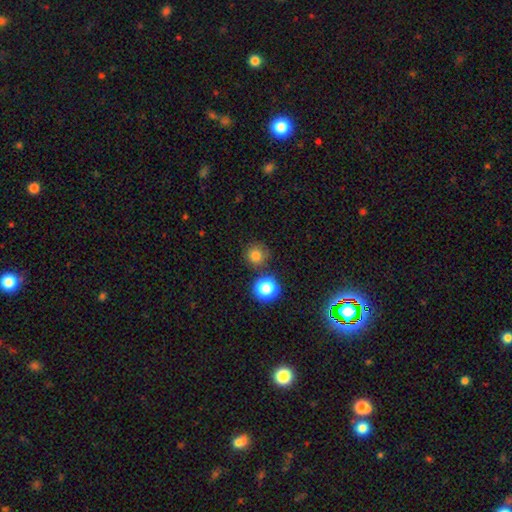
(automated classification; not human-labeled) Smooth or featured: smooth — 79% (star or artifact — 15%)
How rounded: round — 93% (in between — 6%)
Merging: none — 76% (merger — 11%)